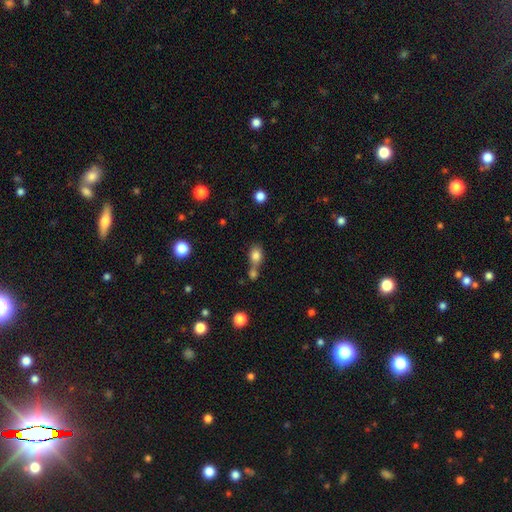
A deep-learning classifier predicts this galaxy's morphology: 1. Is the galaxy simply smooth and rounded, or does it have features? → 81% smooth, 11% star or artifact, 8% featured or disk.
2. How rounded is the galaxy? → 57% in between, 40% round, 2% cigar-shaped.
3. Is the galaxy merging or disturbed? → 45% merger, 40% none, 10% minor disturbance, 5% major disturbance.